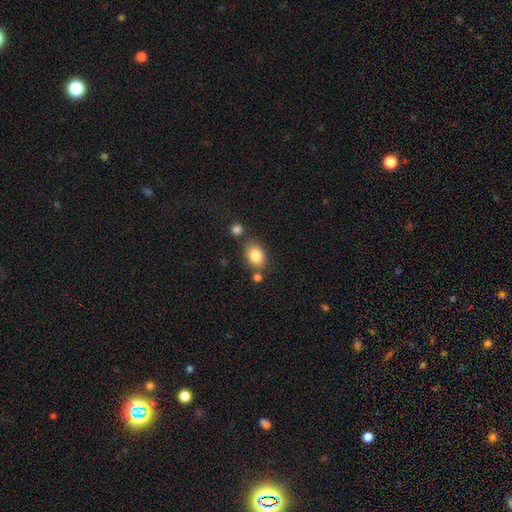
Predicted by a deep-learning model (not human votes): smooth_or_featured: smooth (p=0.83) [alt: star or artifact p=0.09]
how_rounded: in between (p=0.69) [alt: round p=0.30]
merging: none (p=0.68) [alt: minor disturbance p=0.15]